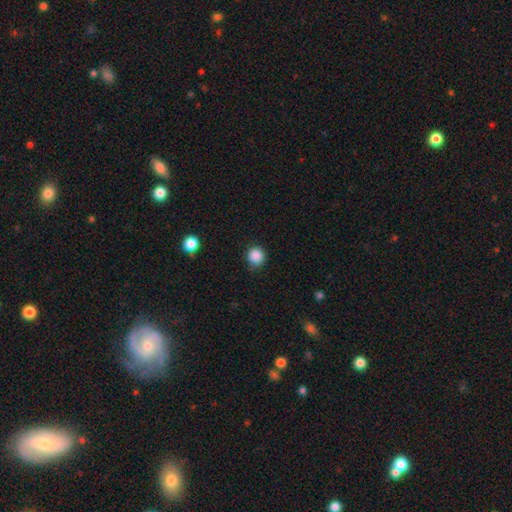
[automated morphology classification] A smooth galaxy with no disk features (87%) that is round (92%).

Vote fractions:
- Smooth or featured? smooth: 87% / star or artifact: 10% / featured or disk: 3%
- How rounded? round: 92% / in between: 7% / cigar-shaped: 1%
- Merging? none: 85% / minor disturbance: 11% / major disturbance: 3% / merger: 1%